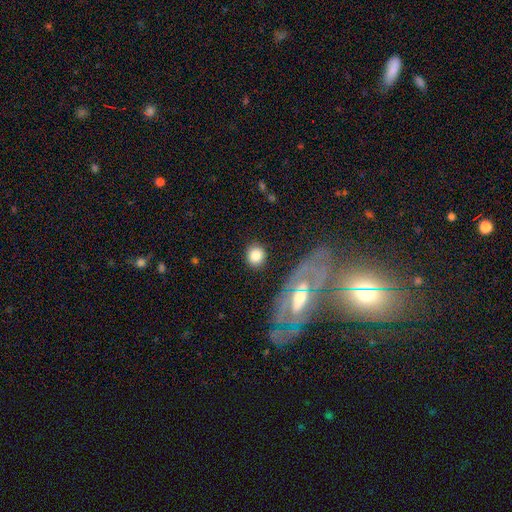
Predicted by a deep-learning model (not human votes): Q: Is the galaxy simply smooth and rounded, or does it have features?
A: smooth — 82%.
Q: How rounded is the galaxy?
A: round — 83%.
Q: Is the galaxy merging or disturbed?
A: none — 82%.